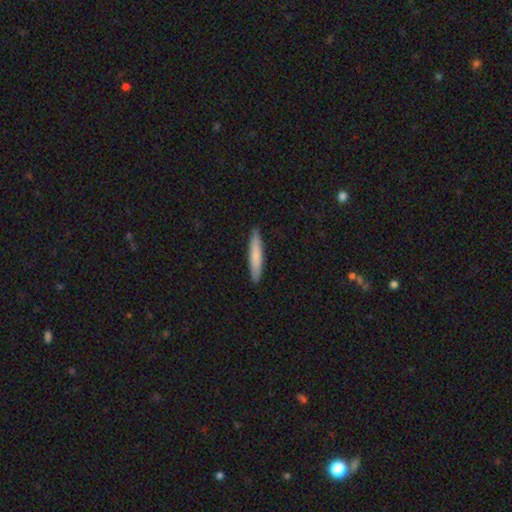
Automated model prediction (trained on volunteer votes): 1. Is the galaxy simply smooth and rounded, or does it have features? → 78% smooth, 16% featured or disk, 5% star or artifact.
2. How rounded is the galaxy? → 92% cigar-shaped, 7% in between, 1% round.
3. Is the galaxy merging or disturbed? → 91% none, 7% minor disturbance, 1% major disturbance, 1% merger.